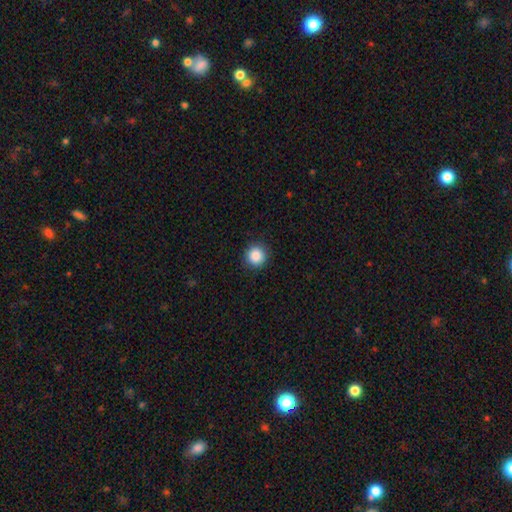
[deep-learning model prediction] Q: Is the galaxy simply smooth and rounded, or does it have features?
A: smooth — 88%.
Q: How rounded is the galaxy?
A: round — 94%.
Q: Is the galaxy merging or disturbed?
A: none — 91%.